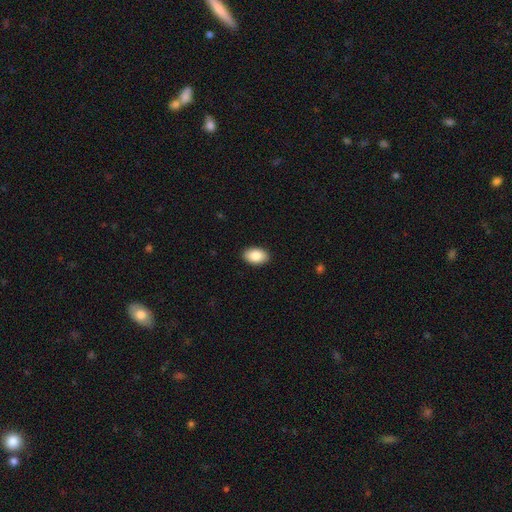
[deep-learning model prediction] smooth 87%, star or artifact 7%, featured or disk 6%. Down the decision tree: how rounded — in between (92%); merging — none (91%).